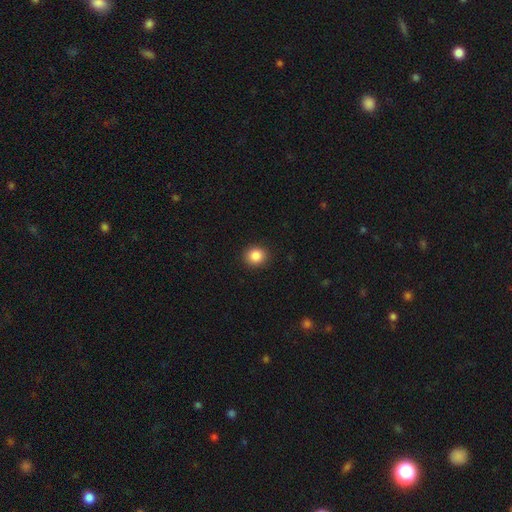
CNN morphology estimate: smooth 87%, star or artifact 10%, featured or disk 4%. Down the decision tree: how rounded — round (82%); merging — none (92%).